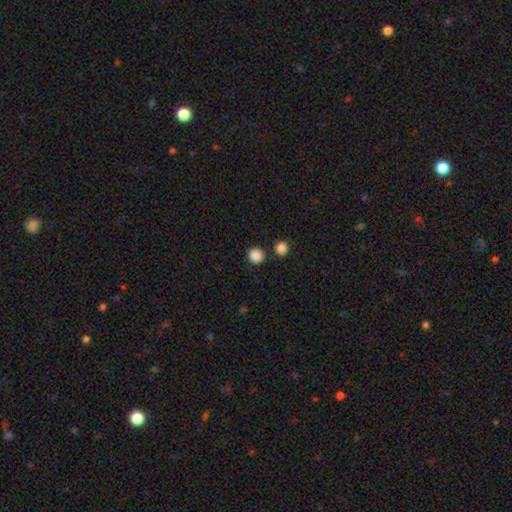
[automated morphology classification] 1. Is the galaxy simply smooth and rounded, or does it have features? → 87% smooth, 10% star or artifact, 3% featured or disk.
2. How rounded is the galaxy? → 92% round, 7% in between, 1% cigar-shaped.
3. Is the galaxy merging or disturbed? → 85% none, 6% minor disturbance, 6% merger, 2% major disturbance.